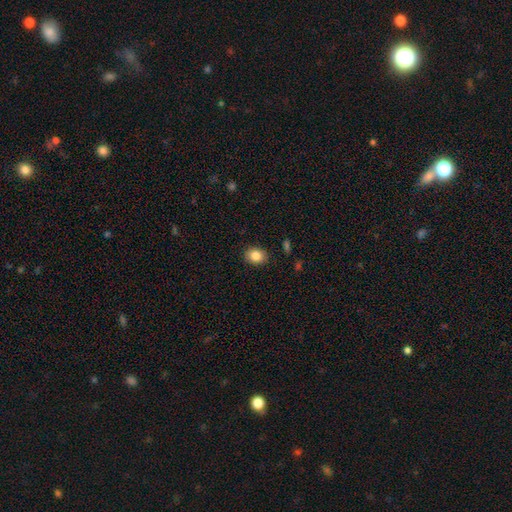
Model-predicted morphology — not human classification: Smooth or featured?
  - smooth: 85% *
  - star or artifact: 9%
  - featured or disk: 7%
How rounded?
  - in between: 55% *
  - round: 44%
  - cigar-shaped: 1%
Merging?
  - none: 88% *
  - minor disturbance: 9%
  - major disturbance: 2%
  - merger: 1%